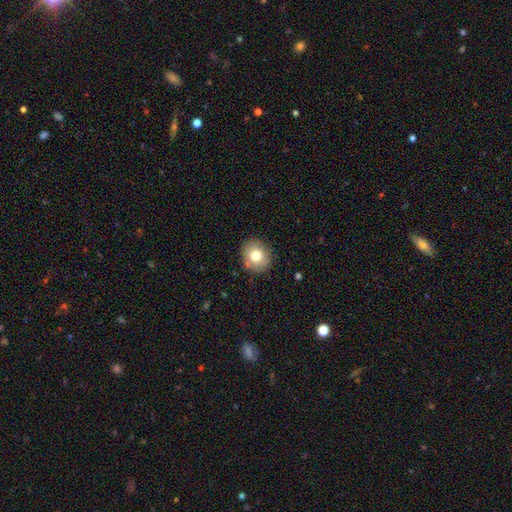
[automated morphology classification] Smooth or featured: smooth — 76% (featured or disk — 14%)
How rounded: round — 81% (in between — 18%)
Merging: none — 86% (minor disturbance — 10%)